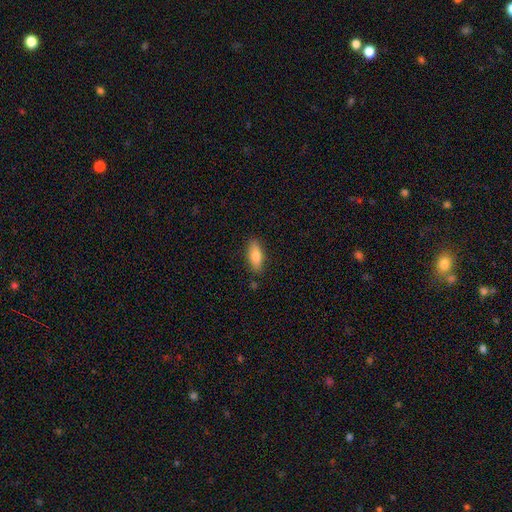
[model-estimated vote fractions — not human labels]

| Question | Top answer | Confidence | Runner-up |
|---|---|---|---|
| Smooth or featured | smooth | 78% | featured or disk (15%) |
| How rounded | in between | 76% | cigar-shaped (22%) |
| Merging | none | 85% | minor disturbance (11%) |